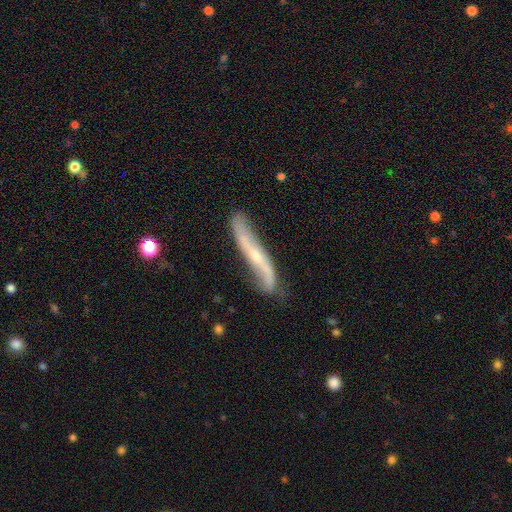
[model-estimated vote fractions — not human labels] The model was most divided on "edge-on disk": no: 61%, yes: 39%. More confident: smooth or featured — featured or disk (79%); merging — none (68%).